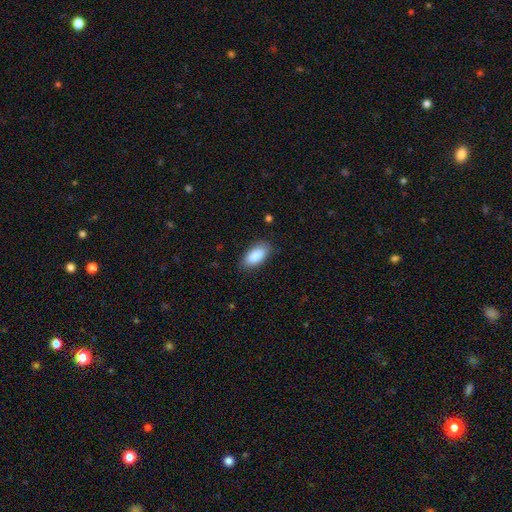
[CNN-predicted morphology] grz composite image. It shows a smooth galaxy with no disk features (88%) that is in between round and cigar-shaped (90%). Merging: none (84%).